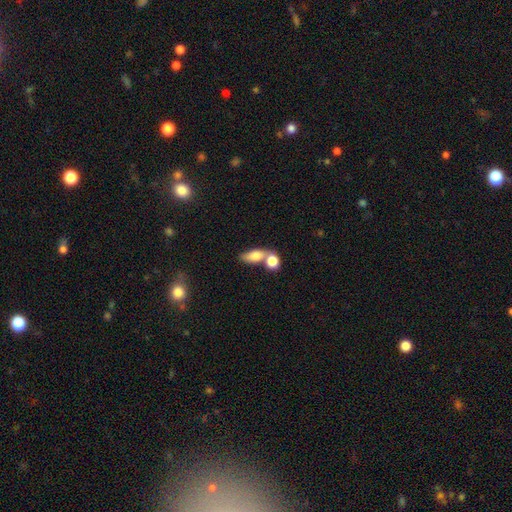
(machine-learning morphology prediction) smooth 79%, featured or disk 13%, star or artifact 8%. Down the decision tree: how rounded — in between (74%); merging — merger (52%).